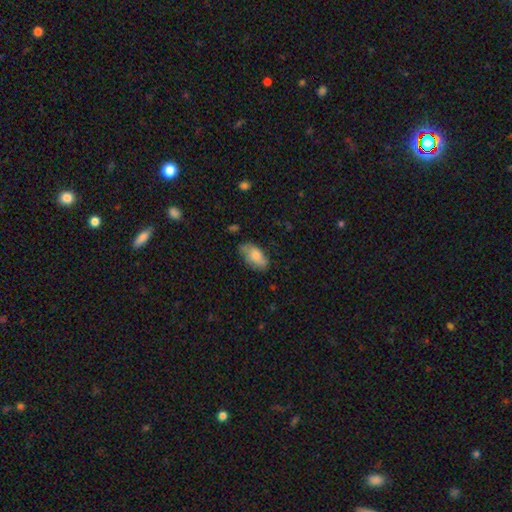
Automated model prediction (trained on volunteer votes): Overall: smooth (71%). How rounded: in between (93%). Merging: none (66%; minor disturbance 26%).